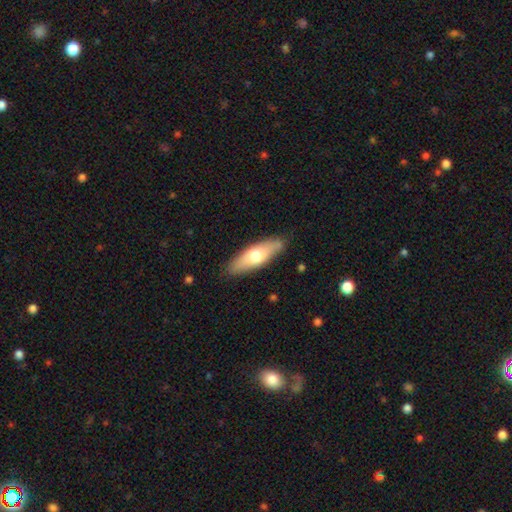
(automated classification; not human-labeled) Smooth or featured? smooth (62%)
How rounded? cigar-shaped (49%, tied with in between)
Merging? none (85%)